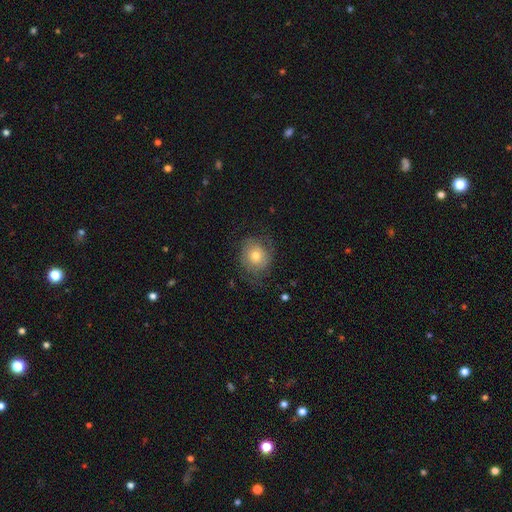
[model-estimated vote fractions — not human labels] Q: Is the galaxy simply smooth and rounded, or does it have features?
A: smooth — 51%.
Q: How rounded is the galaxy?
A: round — 74%.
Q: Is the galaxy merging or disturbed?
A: none — 63%.